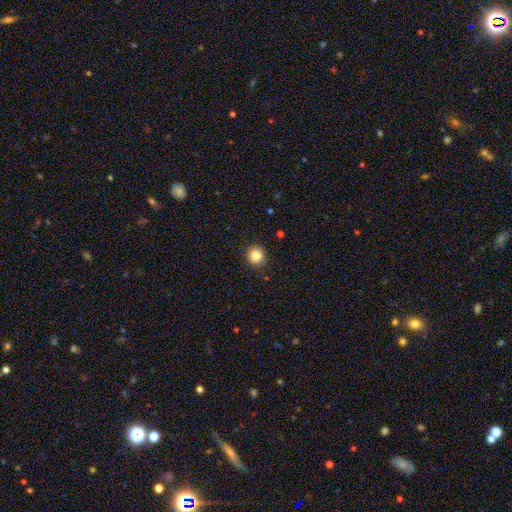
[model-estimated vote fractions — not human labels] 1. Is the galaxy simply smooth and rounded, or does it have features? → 85% smooth, 10% star or artifact, 5% featured or disk.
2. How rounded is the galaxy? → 87% round, 12% in between, 1% cigar-shaped.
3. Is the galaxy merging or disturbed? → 90% none, 7% minor disturbance, 2% major disturbance, 1% merger.